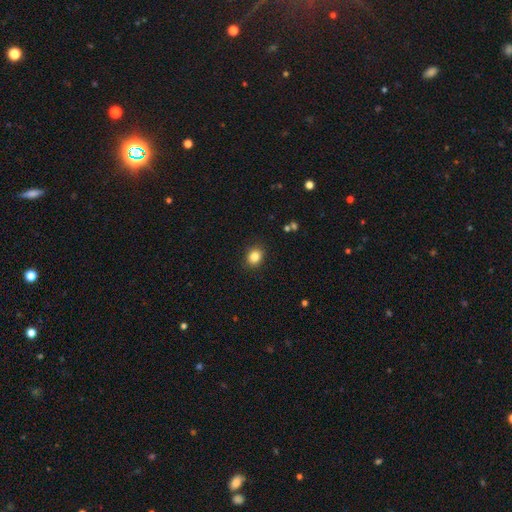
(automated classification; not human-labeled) Smooth or featured? Predicted: smooth (p=0.84). How rounded? Predicted: round (p=0.64). Merging? Predicted: none (p=0.90).